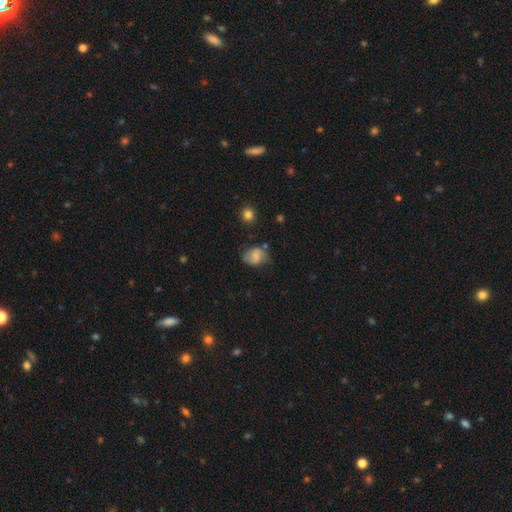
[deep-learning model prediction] The model was most divided on "how rounded": in between: 58%, round: 40%, cigar-shaped: 1%. More confident: smooth or featured — smooth (58%); merging — none (54%).